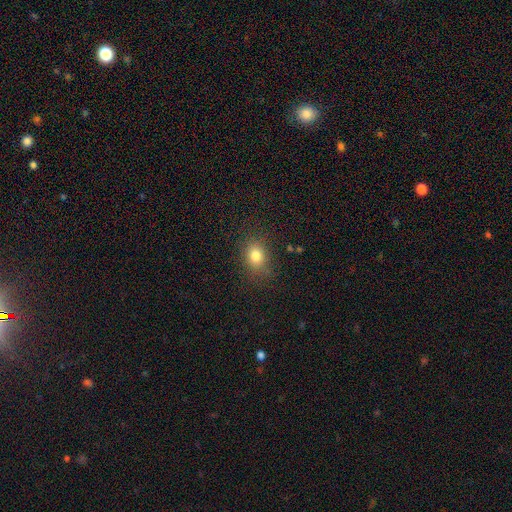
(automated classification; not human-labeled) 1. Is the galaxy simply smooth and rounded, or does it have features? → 80% smooth, 12% star or artifact, 7% featured or disk.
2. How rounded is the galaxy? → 58% in between, 40% round, 1% cigar-shaped.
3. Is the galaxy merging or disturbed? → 82% none, 12% minor disturbance, 4% major disturbance, 1% merger.